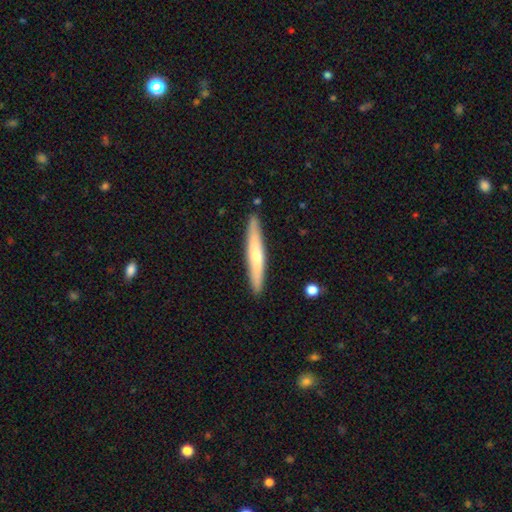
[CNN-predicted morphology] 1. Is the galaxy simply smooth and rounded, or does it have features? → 51% smooth, 44% featured or disk, 5% star or artifact.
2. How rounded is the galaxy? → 94% cigar-shaped, 5% in between, 1% round.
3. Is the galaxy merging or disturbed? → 89% none, 8% minor disturbance, 1% merger, 1% major disturbance.